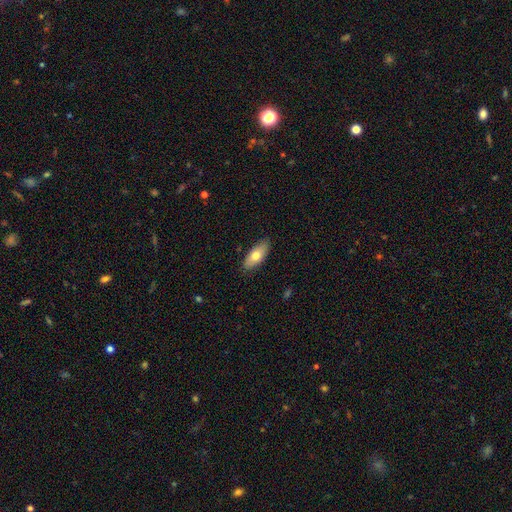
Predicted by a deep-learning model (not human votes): Morphology: type=smooth (70%); roundness=in between (82%); merging=none (86%).